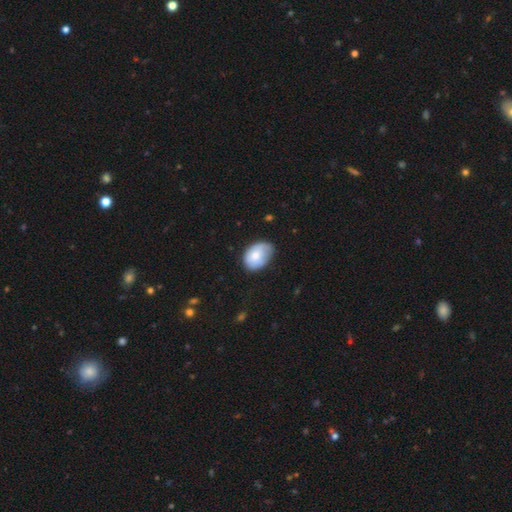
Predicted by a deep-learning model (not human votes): smooth 74%, featured or disk 20%, star or artifact 6%. Down the decision tree: how rounded — in between (80%); merging — none (57%).